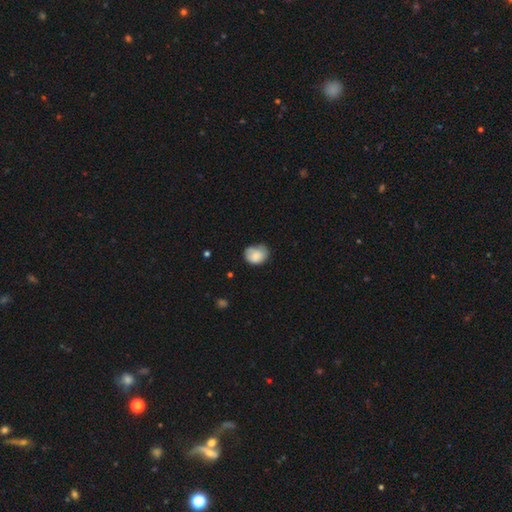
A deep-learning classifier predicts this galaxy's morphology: Overall: smooth (79%). How rounded: in between (52%; round 48%). Merging: none (50%; minor disturbance 37%).